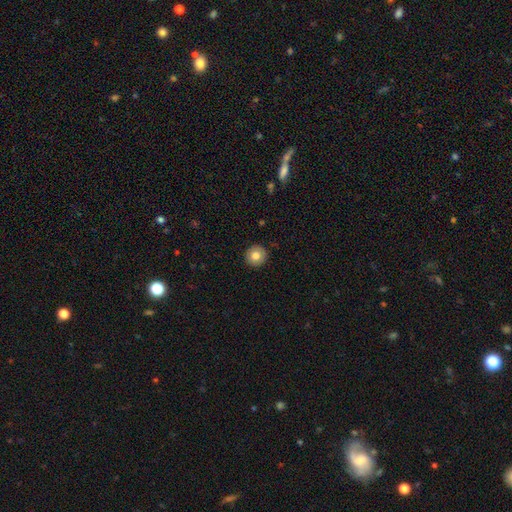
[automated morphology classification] A smooth galaxy with no disk features (77%) that is round (94%). Merging: none (92%).